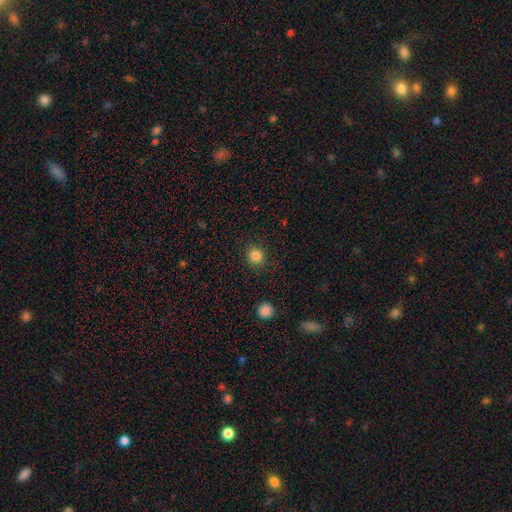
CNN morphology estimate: Q: Smooth or featured?
A: smooth (83%); runner-up: star or artifact (12%)
Q: How rounded?
A: round (92%); runner-up: in between (7%)
Q: Merging?
A: none (89%); runner-up: minor disturbance (7%)